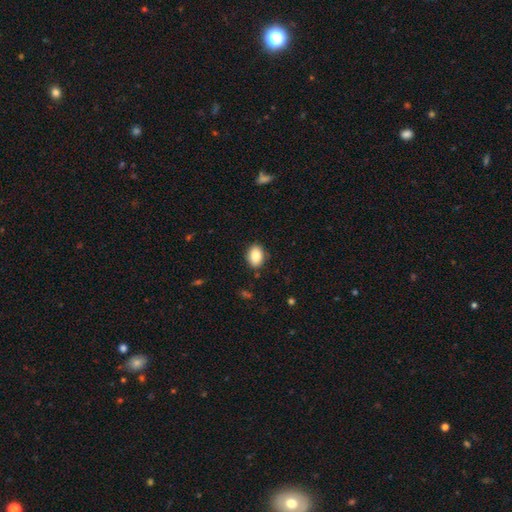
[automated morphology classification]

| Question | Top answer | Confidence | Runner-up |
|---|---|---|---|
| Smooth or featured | smooth | 85% | star or artifact (8%) |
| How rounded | in between | 76% | round (23%) |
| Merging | none | 87% | minor disturbance (10%) |